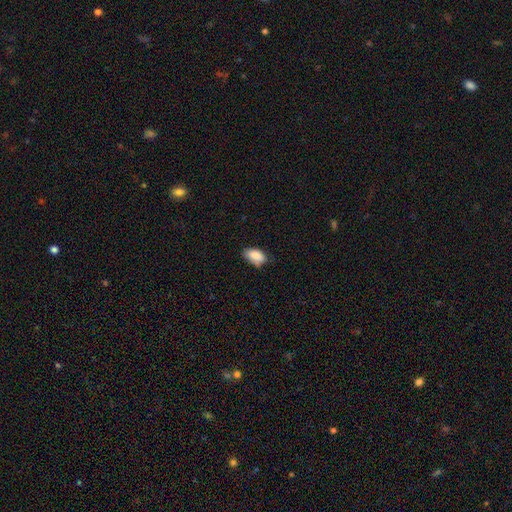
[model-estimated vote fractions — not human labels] Smooth or featured? Predicted: smooth (p=0.87). How rounded? Predicted: in between (p=0.93). Merging? Predicted: none (p=0.63).